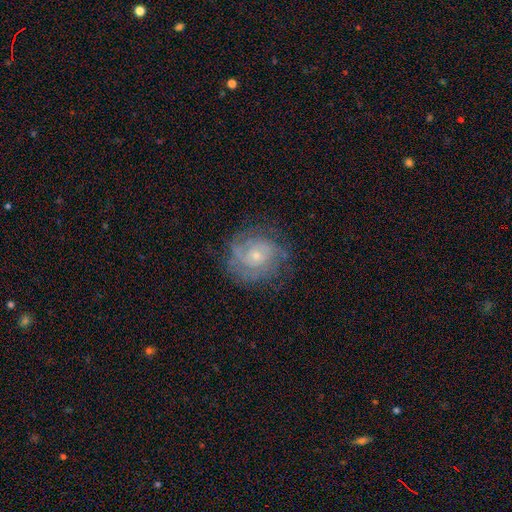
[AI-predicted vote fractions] Smooth or featured: featured or disk — 70% (smooth — 22%)
Edge-on disk: no — 98% (yes — 2%)
Bar: no — 79% (weak — 18%)
Spiral arms: yes — 83% (no — 17%)
Spiral winding: tight — 60% (medium — 30%)
Spiral arm count: can't tell — 48% (2 — 21%)
Bulge size: small — 69% (moderate — 26%)
Merging: none — 70% (minor disturbance — 19%)